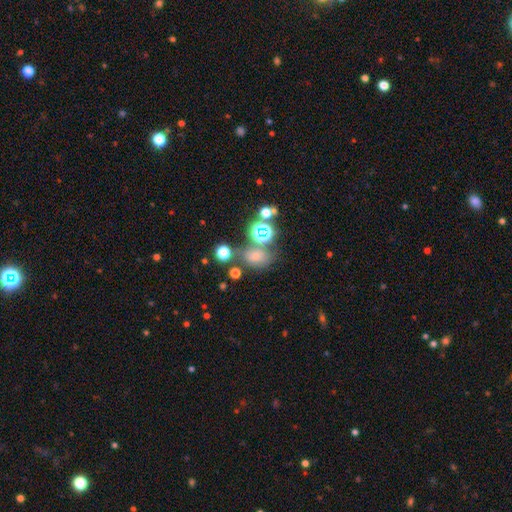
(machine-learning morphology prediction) A smooth galaxy with no disk features (61%) that is in between round and cigar-shaped (60%).

Vote fractions:
- Smooth or featured? smooth: 61% / star or artifact: 28% / featured or disk: 12%
- How rounded? in between: 60% / round: 38% / cigar-shaped: 2%
- Merging? none: 56% / merger: 19% / minor disturbance: 17% / major disturbance: 9%